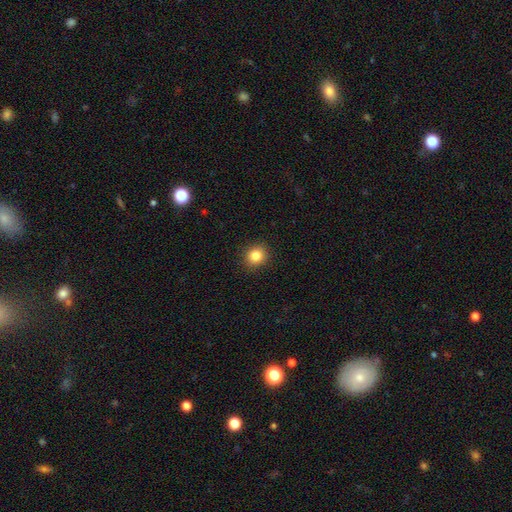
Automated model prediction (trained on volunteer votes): Smooth or featured? Predicted: smooth (p=0.84). How rounded? Predicted: round (p=0.80). Merging? Predicted: none (p=0.91).